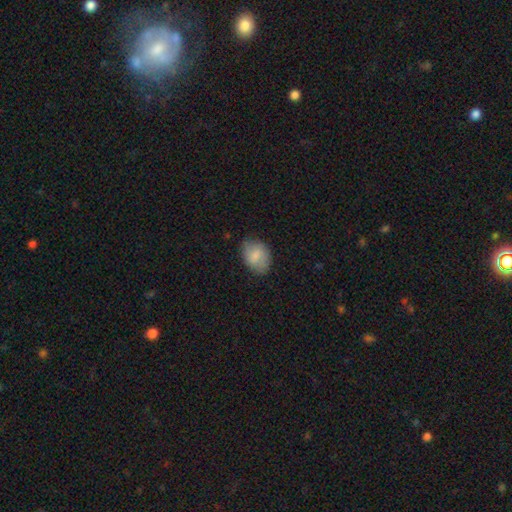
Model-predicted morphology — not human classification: Q: Smooth or featured?
A: smooth (78%); runner-up: featured or disk (15%)
Q: How rounded?
A: in between (68%); runner-up: round (31%)
Q: Merging?
A: none (74%); runner-up: minor disturbance (20%)